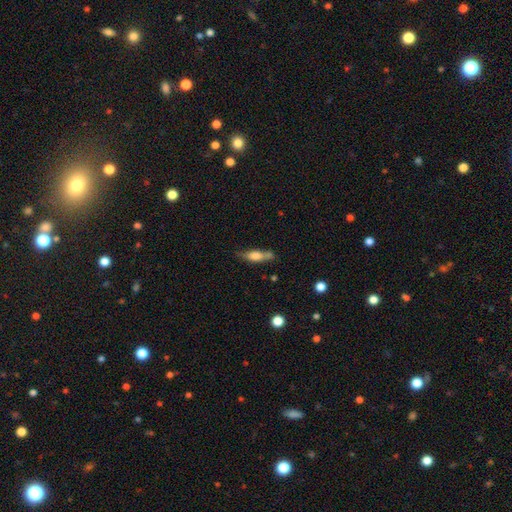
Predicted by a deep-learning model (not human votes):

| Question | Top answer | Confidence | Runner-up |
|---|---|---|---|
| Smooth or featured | smooth | 61% | featured or disk (32%) |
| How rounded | cigar-shaped | 51% | in between (45%) |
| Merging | none | 53% | minor disturbance (24%) |